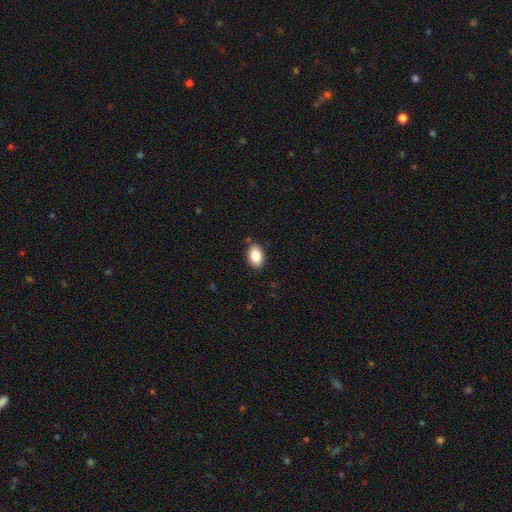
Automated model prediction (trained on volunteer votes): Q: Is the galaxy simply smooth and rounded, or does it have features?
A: smooth — 87%.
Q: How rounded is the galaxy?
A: in between — 87%.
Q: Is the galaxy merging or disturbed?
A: none — 87%.